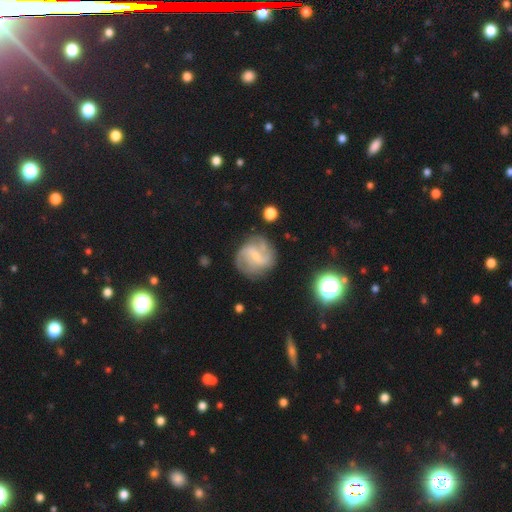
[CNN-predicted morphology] smooth_or_featured: featured or disk (p=0.75) [alt: smooth p=0.18]
disk_edge_on: no (p=0.97) [alt: yes p=0.03]
bar: weak (p=0.54) [alt: no p=0.26]
has_spiral_arms: yes (p=0.91) [alt: no p=0.09]
spiral_winding: medium (p=0.44) [alt: loose p=0.34]
spiral_arm_count: 2 (p=0.45) [alt: can't tell p=0.22]
bulge_size: small (p=0.66) [alt: moderate p=0.23]
merging: none (p=0.71) [alt: minor disturbance p=0.17]